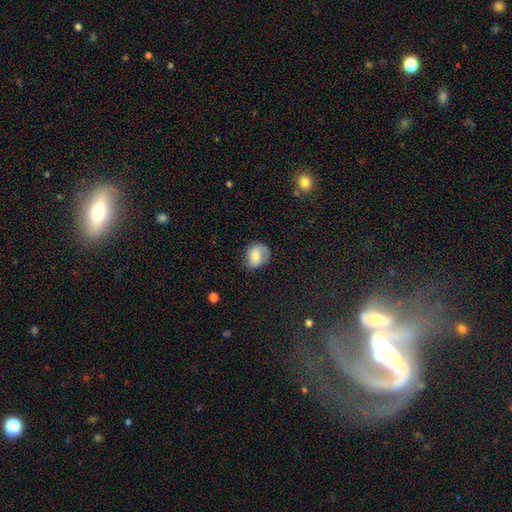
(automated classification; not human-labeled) Smooth or featured?
  - smooth: 59% *
  - featured or disk: 32%
  - star or artifact: 9%
How rounded?
  - round: 61% *
  - in between: 38%
  - cigar-shaped: 1%
Merging?
  - none: 64% *
  - minor disturbance: 26%
  - major disturbance: 9%
  - merger: 2%